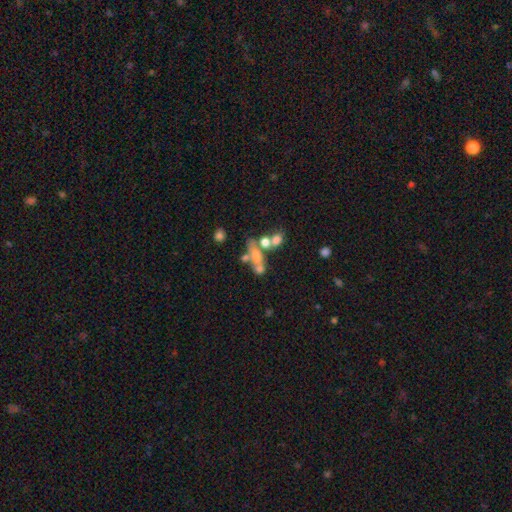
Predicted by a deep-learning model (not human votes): smooth_or_featured: smooth (p=0.52) [alt: featured or disk p=0.34]
how_rounded: in between (p=0.55) [alt: cigar-shaped p=0.29]
merging: merger (p=0.43) [alt: none p=0.31]